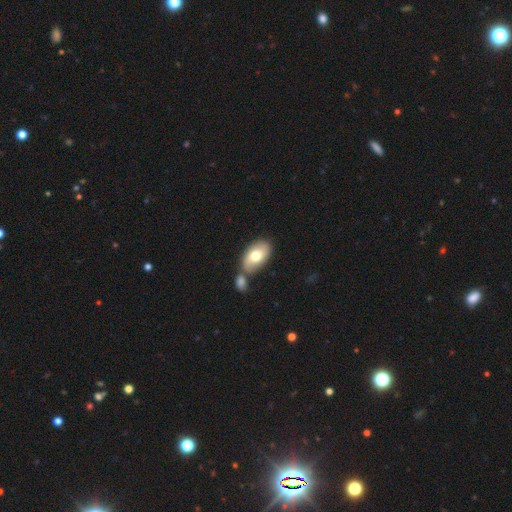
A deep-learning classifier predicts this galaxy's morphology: Q: Smooth or featured?
A: smooth (70%); runner-up: featured or disk (24%)
Q: How rounded?
A: in between (92%); runner-up: round (7%)
Q: Merging?
A: none (49%); runner-up: merger (34%)